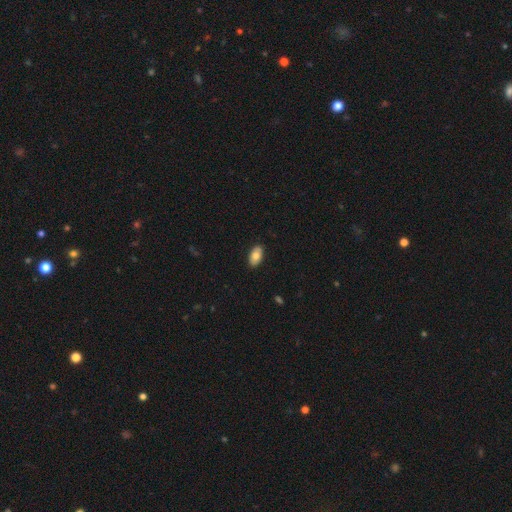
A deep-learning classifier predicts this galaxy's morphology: The model was most divided on "smooth or featured": smooth: 78%, featured or disk: 16%, star or artifact: 7%. More confident: how rounded — in between (94%); merging — none (89%).